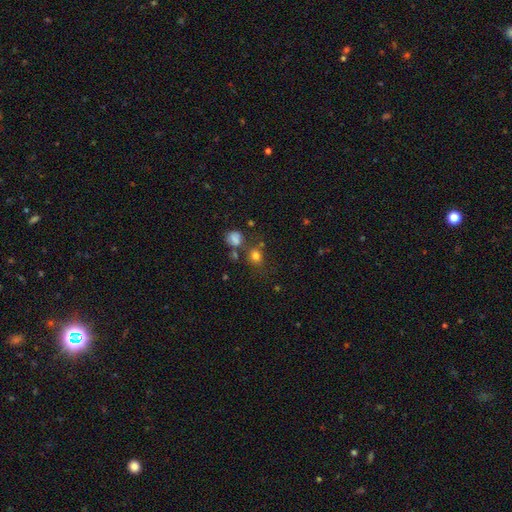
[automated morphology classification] This is likely a smooth galaxy (76%). How rounded: likely round (70%). Merging: likely none (67%).